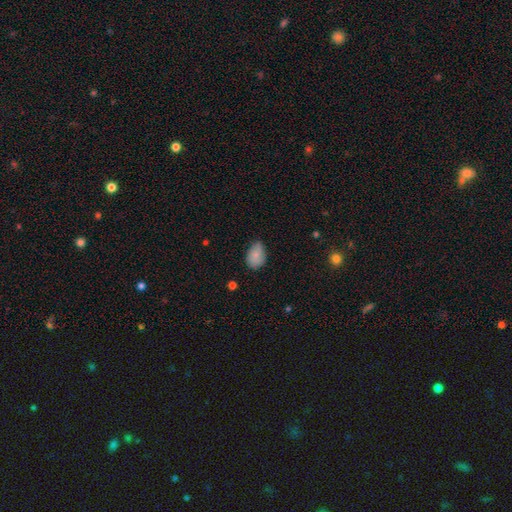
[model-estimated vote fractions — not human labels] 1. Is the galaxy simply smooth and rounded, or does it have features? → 81% smooth, 11% featured or disk, 8% star or artifact.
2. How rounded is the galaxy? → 82% in between, 17% round, 1% cigar-shaped.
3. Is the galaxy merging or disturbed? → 57% none, 36% minor disturbance, 6% major disturbance, 2% merger.